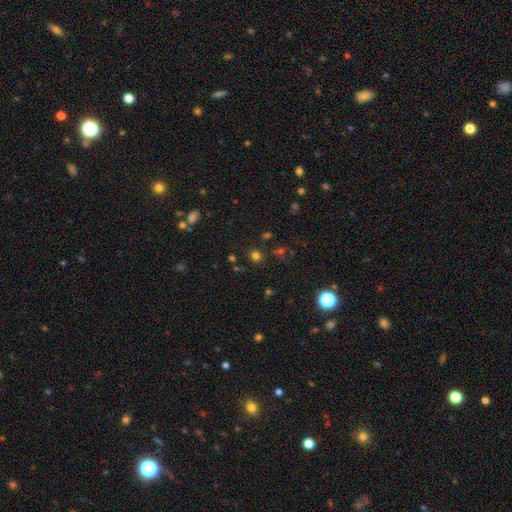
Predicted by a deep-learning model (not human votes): smooth 70%, star or artifact 24%, featured or disk 5%. Down the decision tree: how rounded — round (86%); merging — none (85%).